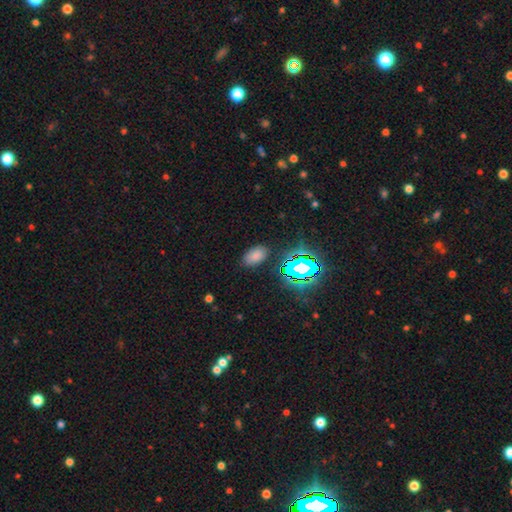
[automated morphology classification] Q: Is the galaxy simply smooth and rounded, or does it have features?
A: smooth — 70%.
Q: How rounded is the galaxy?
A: in between — 91%.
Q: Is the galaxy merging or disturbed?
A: none — 83%.